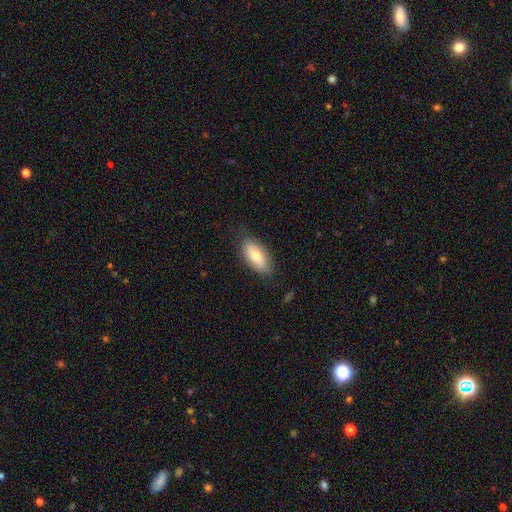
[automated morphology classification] This is likely a smooth galaxy (78%). How rounded: clearly in between (90%). Merging: clearly none (80%).